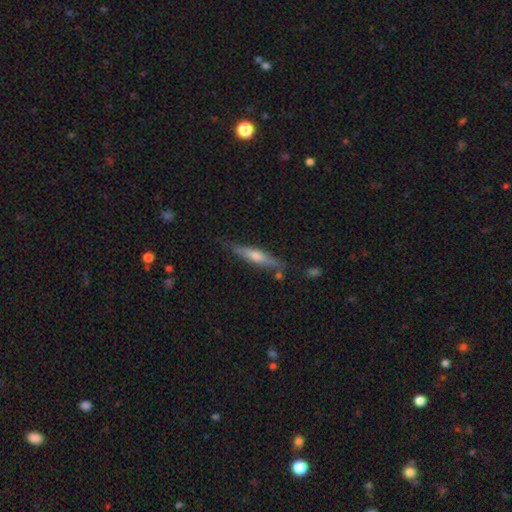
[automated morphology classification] A featured or disk galaxy (56%) viewed edge-on (94%) with a rounded central bulge (76%). Merging: none (80%).